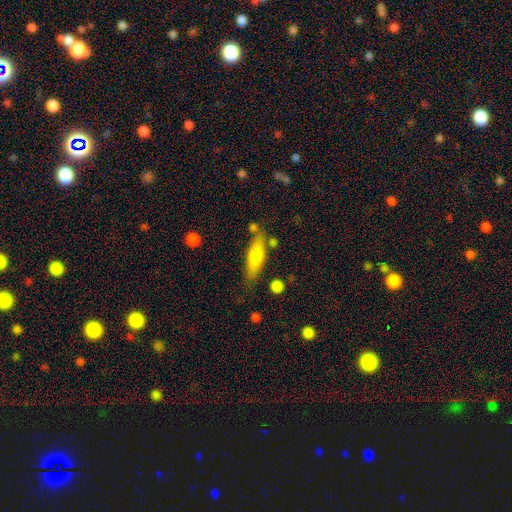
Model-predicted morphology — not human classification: This appears to be a smooth galaxy with no disk features (70%) that is cigar-shaped (56%). Merging: none (66%).